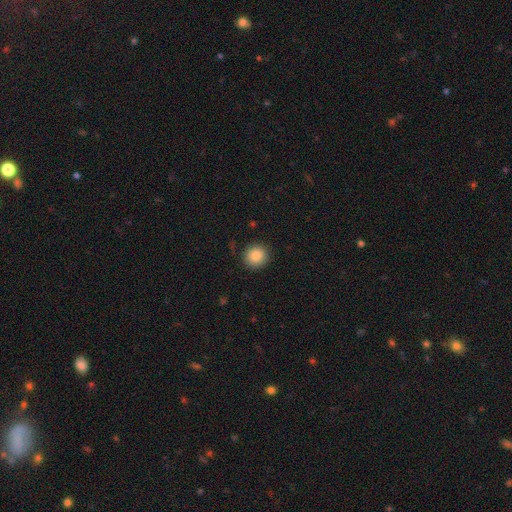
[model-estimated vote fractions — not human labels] Q: Smooth or featured?
A: smooth (87%); runner-up: star or artifact (9%)
Q: How rounded?
A: round (92%); runner-up: in between (7%)
Q: Merging?
A: none (90%); runner-up: minor disturbance (7%)